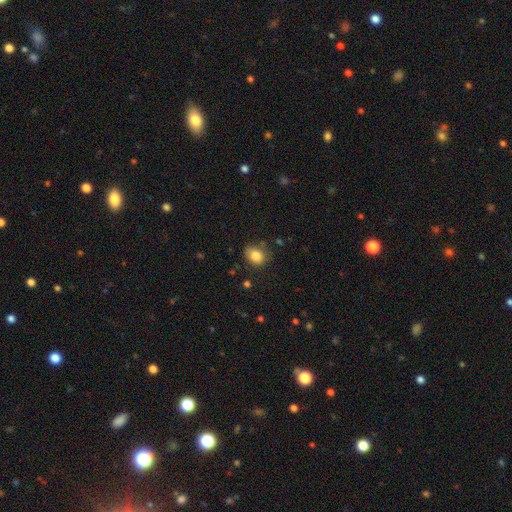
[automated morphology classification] Smooth or featured? Predicted: smooth (p=0.83). How rounded? Predicted: round (p=0.54). Merging? Predicted: none (p=0.69).